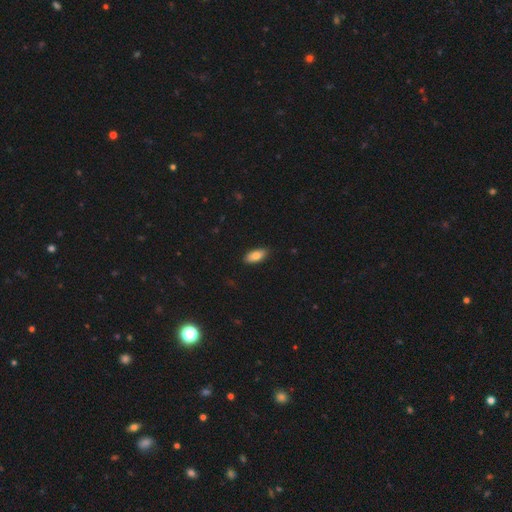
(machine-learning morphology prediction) Smooth or featured? Predicted: smooth (p=0.83). How rounded? Predicted: in between (p=0.89). Merging? Predicted: none (p=0.85).